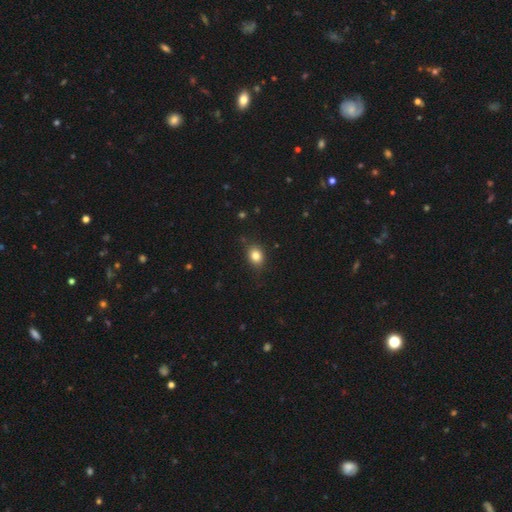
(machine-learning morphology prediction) smooth_or_featured: smooth (p=0.83) [alt: star or artifact p=0.10]
how_rounded: in between (p=0.54) [alt: round p=0.45]
merging: none (p=0.82) [alt: minor disturbance p=0.14]